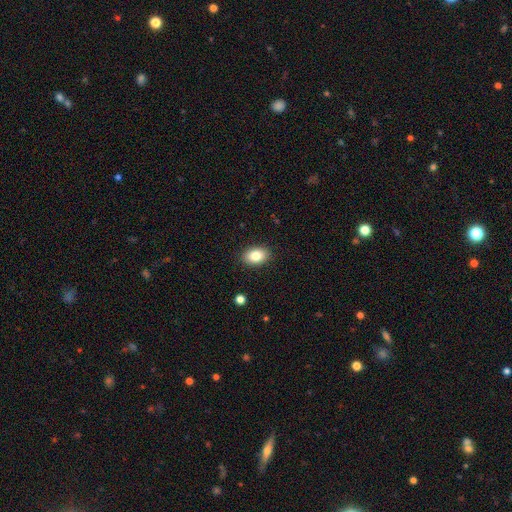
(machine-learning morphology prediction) Q: Smooth or featured?
A: smooth (83%); runner-up: featured or disk (8%)
Q: How rounded?
A: in between (85%); runner-up: round (14%)
Q: Merging?
A: none (89%); runner-up: minor disturbance (8%)